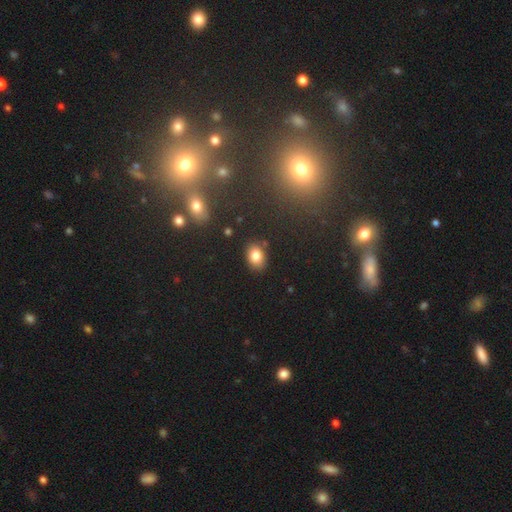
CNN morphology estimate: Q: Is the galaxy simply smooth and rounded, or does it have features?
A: smooth — 82%.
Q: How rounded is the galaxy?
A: in between — 71%.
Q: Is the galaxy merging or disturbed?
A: none — 84%.